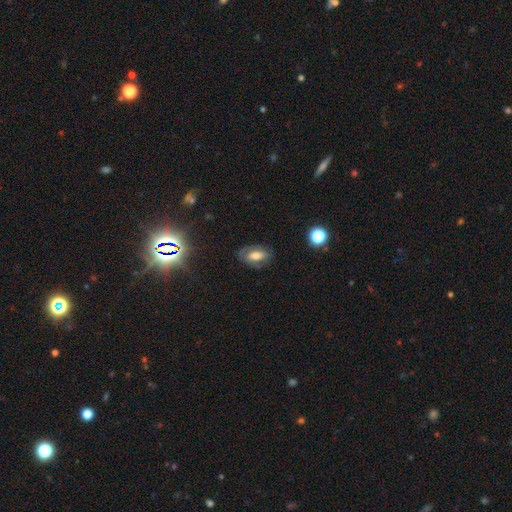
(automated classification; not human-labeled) Smooth or featured: featured or disk — 46% (smooth — 43%)
Merging: none — 74% (minor disturbance — 18%)